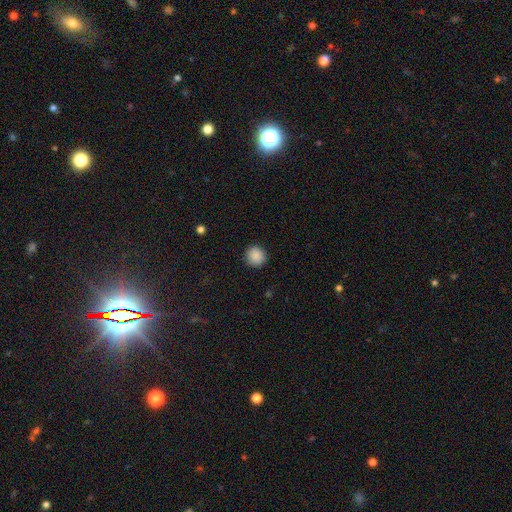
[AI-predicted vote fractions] smooth 89%, star or artifact 9%, featured or disk 3%. Down the decision tree: how rounded — round (93%); merging — none (91%).